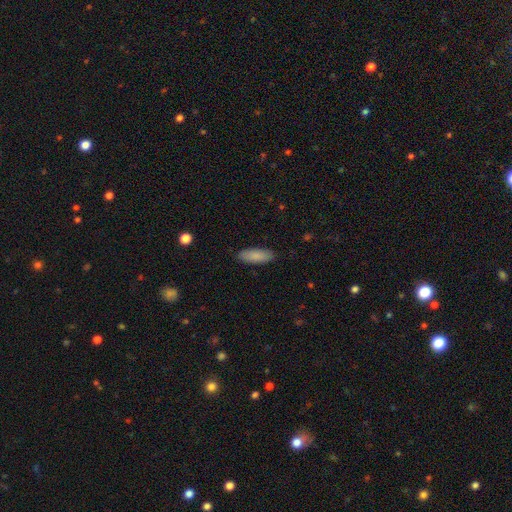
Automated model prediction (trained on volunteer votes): A smooth galaxy with no disk features (87%) that is in between round and cigar-shaped (64%).

Vote fractions:
- Smooth or featured? smooth: 87% / featured or disk: 7% / star or artifact: 6%
- How rounded? in between: 64% / cigar-shaped: 34% / round: 2%
- Merging? none: 89% / minor disturbance: 9% / major disturbance: 2% / merger: 1%